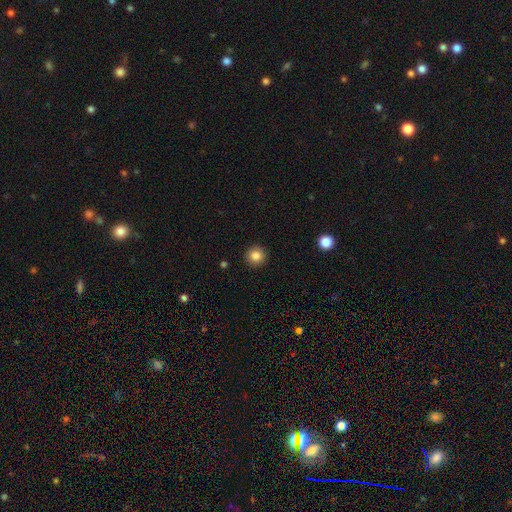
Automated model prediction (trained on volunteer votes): This is clearly a smooth galaxy (84%). How rounded: clearly round (94%). Merging: clearly none (92%).